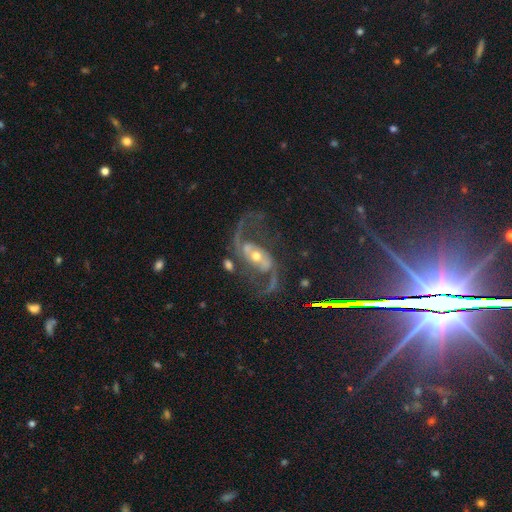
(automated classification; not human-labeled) A featured or disk galaxy (84%) with no bar (37%), 2 (90%) loose (58%) spiral arms (96%) and a small central bulge (52%). Merging: none (60%).